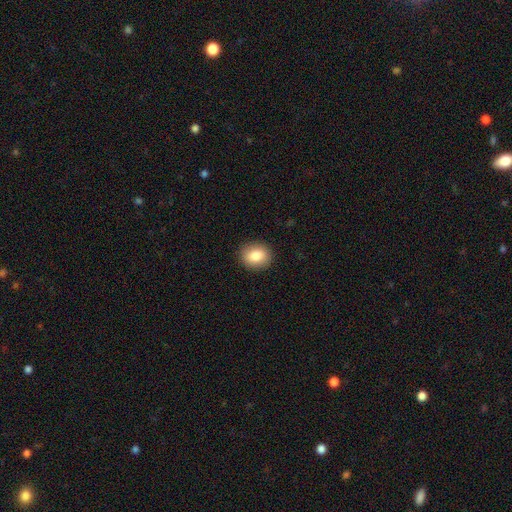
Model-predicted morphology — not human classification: The model was most divided on "how rounded": round: 61%, in between: 37%, cigar-shaped: 1%. More confident: merging — none (90%); smooth or featured — smooth (83%).